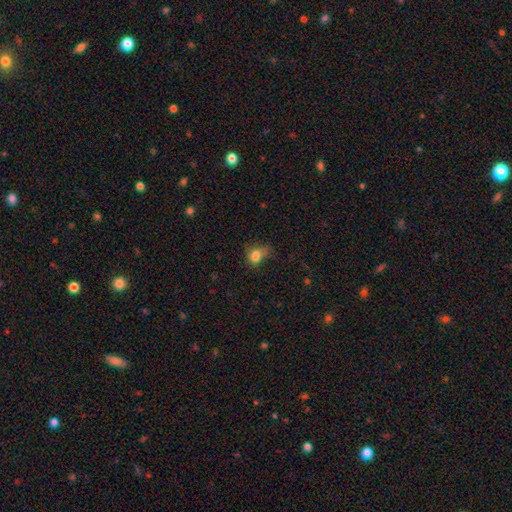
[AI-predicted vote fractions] A smooth galaxy with no disk features (79%) that is in between round and cigar-shaped (64%).

Vote fractions:
- Smooth or featured? smooth: 79% / star or artifact: 12% / featured or disk: 10%
- How rounded? in between: 64% / round: 34% / cigar-shaped: 2%
- Merging? none: 36% / minor disturbance: 34% / major disturbance: 25% / merger: 5%